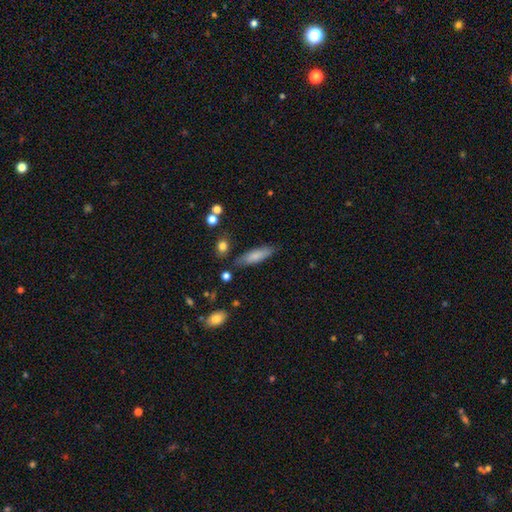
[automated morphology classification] Smooth or featured? Predicted: smooth (p=0.78). How rounded? Predicted: cigar-shaped (p=0.59). Merging? Predicted: none (p=0.79).